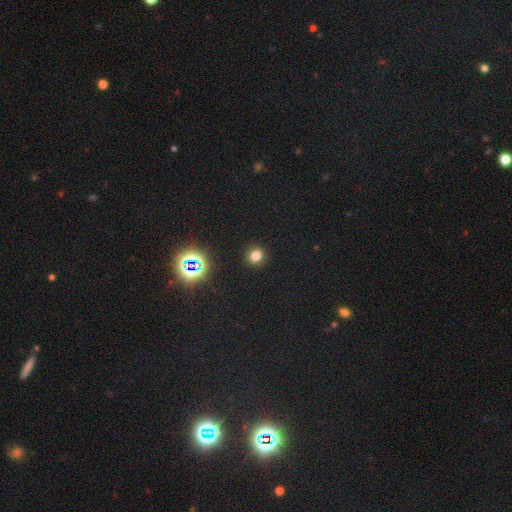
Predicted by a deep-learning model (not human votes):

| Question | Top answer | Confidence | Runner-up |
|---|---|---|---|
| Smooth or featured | smooth | 73% | star or artifact (21%) |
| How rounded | round | 79% | in between (20%) |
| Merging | none | 90% | minor disturbance (6%) |